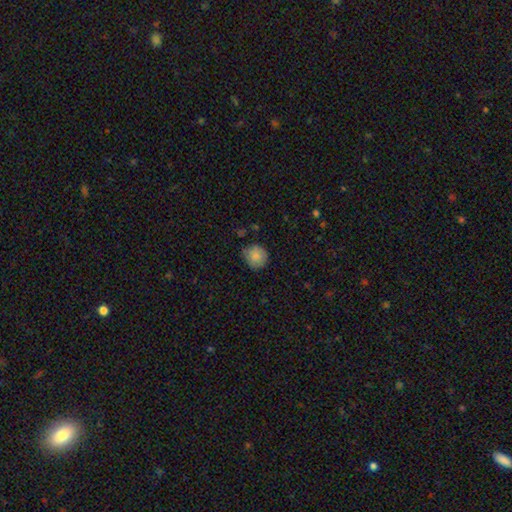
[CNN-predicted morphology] Smooth or featured? smooth (83%)
How rounded? round (87%)
Merging? none (72%)